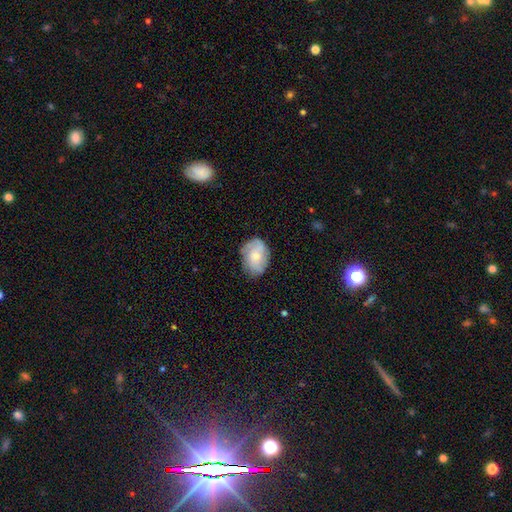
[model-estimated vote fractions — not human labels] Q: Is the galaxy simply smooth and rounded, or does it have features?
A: smooth — 52%.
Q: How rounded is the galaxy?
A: in between — 74%.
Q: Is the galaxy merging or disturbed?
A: none — 69%.